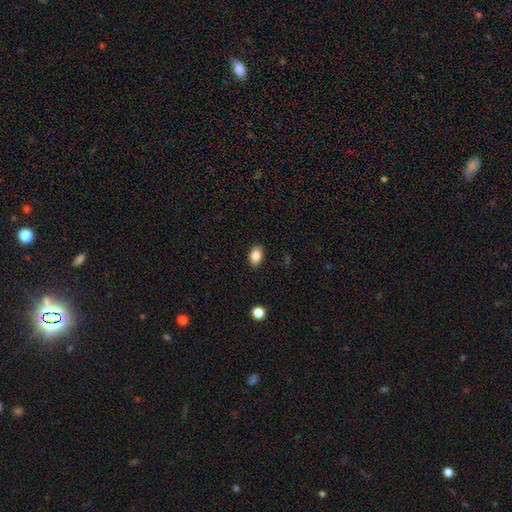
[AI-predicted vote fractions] smooth 86%, star or artifact 9%, featured or disk 6%. Down the decision tree: how rounded — in between (85%); merging — none (87%).